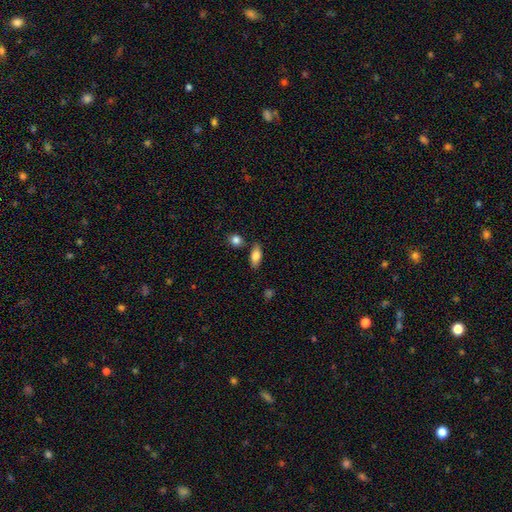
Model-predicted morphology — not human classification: A smooth galaxy with no disk features (77%) that is in between round and cigar-shaped (82%).

Vote fractions:
- Smooth or featured? smooth: 77% / featured or disk: 16% / star or artifact: 7%
- How rounded? in between: 82% / cigar-shaped: 14% / round: 4%
- Merging? none: 77% / minor disturbance: 13% / merger: 6% / major disturbance: 3%